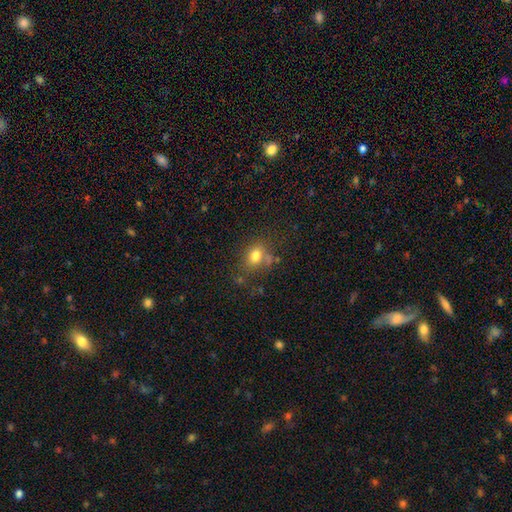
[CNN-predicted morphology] smooth 77%, star or artifact 13%, featured or disk 10%. Down the decision tree: how rounded — in between (50%); merging — none (64%).